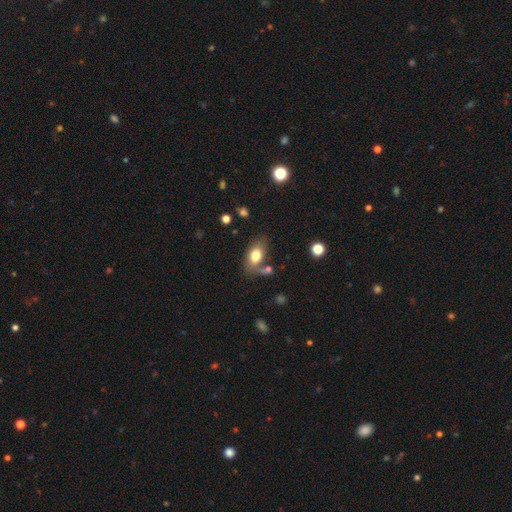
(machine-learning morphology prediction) This is likely a smooth galaxy (76%). How rounded: clearly in between (86%). Merging: possibly none (56%).